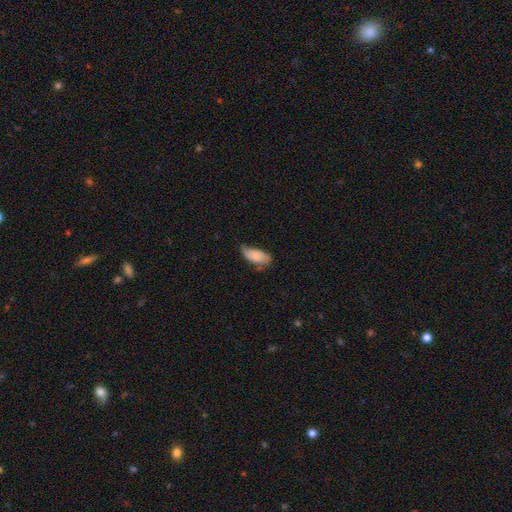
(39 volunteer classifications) Smooth or featured?
  - smooth: 72% *
  - featured or disk: 18%
  - star or artifact: 10%
How rounded?
  - in between: 82% *
  - cigar-shaped: 11%
  - round: 7%
Merging?
  - none: 60% *
  - minor disturbance: 23%
  - major disturbance: 11%
  - merger: 6%